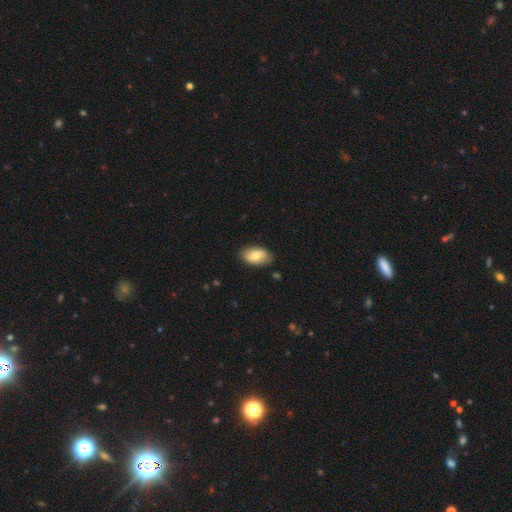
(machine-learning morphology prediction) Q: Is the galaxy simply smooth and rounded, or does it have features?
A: smooth — 75%.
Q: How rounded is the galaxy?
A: in between — 93%.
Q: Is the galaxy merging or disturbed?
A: none — 83%.